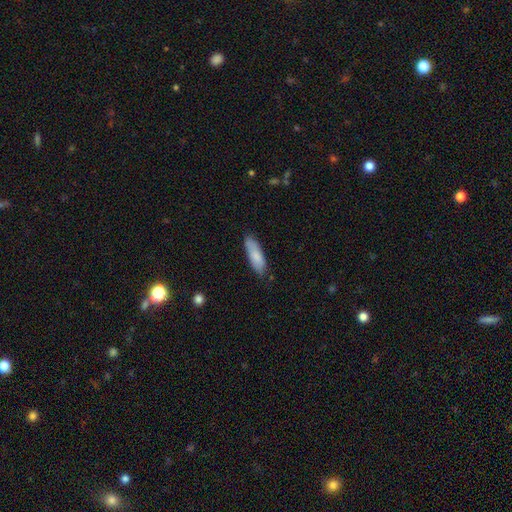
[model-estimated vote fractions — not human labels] Q: Smooth or featured?
A: smooth (81%); runner-up: featured or disk (13%)
Q: How rounded?
A: in between (50%); runner-up: cigar-shaped (49%)
Q: Merging?
A: none (78%); runner-up: minor disturbance (18%)